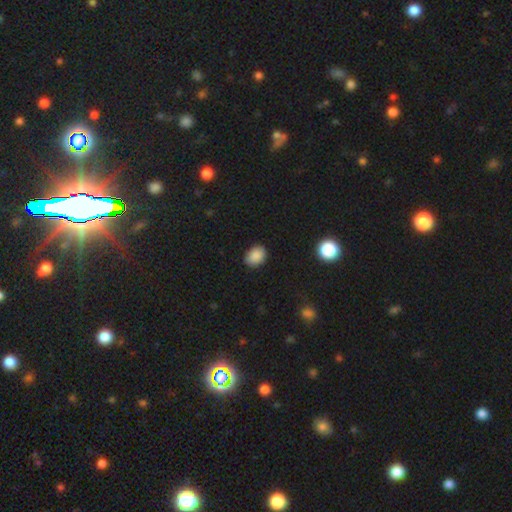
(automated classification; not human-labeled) Morphology: type=smooth (87%); roundness=in between (63%); merging=none (83%).